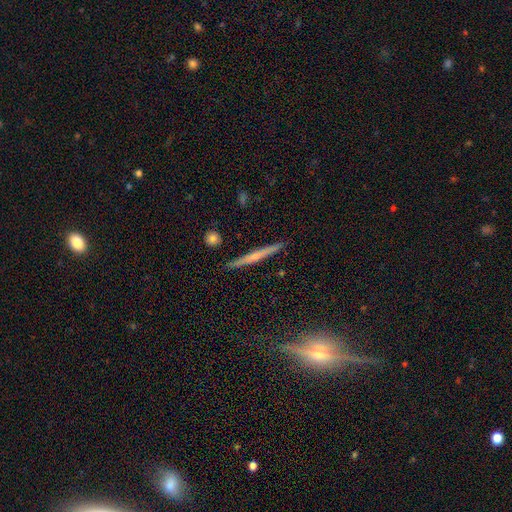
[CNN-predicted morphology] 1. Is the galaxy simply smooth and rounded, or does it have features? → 57% featured or disk, 36% smooth, 7% star or artifact.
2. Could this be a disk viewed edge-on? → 97% yes, 3% no.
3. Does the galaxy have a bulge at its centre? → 54% none, 38% rounded, 8% boxy.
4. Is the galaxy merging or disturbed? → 91% none, 6% minor disturbance, 2% merger, 1% major disturbance.